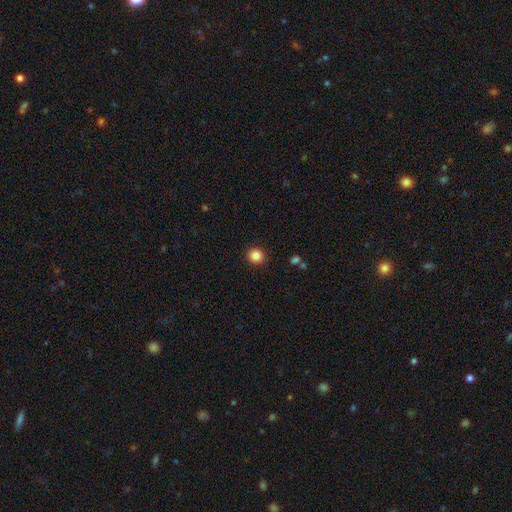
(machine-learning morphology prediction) smooth_or_featured: smooth (p=0.85) [alt: star or artifact p=0.11]
how_rounded: round (p=0.89) [alt: in between p=0.10]
merging: none (p=0.92) [alt: minor disturbance p=0.05]